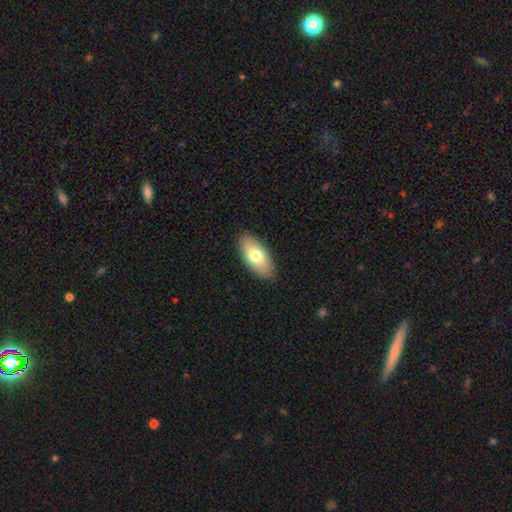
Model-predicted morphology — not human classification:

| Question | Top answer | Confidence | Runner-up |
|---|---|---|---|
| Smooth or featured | smooth | 75% | featured or disk (19%) |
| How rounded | in between | 91% | cigar-shaped (7%) |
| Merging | none | 87% | minor disturbance (10%) |